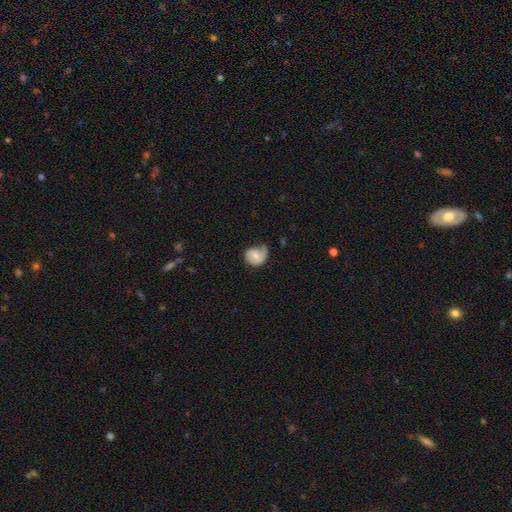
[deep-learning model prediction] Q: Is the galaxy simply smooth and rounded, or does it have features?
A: featured or disk — 50%.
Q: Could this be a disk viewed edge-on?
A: no — 98%.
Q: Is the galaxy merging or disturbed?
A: none — 40%.